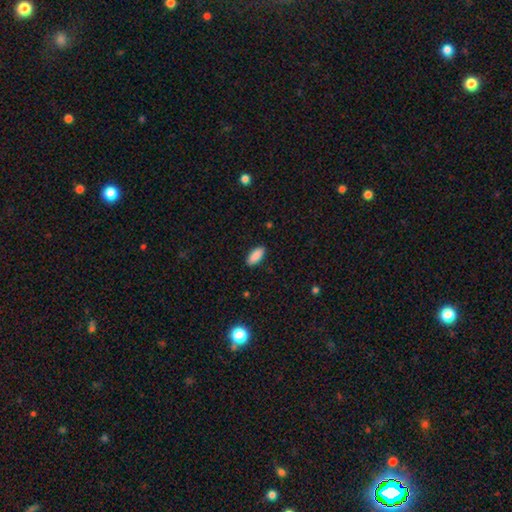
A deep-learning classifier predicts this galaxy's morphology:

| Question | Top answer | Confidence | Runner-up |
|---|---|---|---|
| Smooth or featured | smooth | 89% | star or artifact (7%) |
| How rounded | in between | 81% | cigar-shaped (17%) |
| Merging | none | 89% | minor disturbance (8%) |